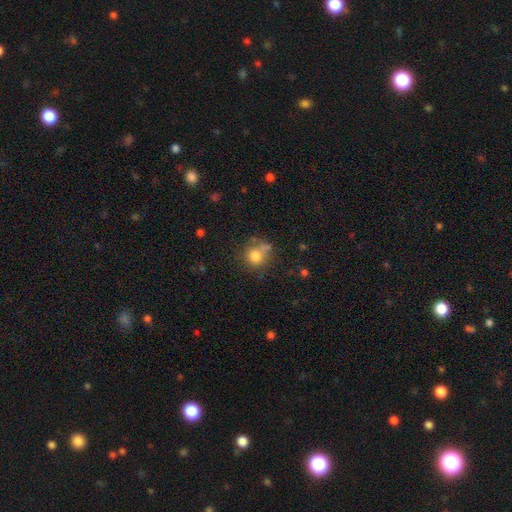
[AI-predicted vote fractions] Smooth or featured? Predicted: smooth (p=0.77). How rounded? Predicted: round (p=0.85). Merging? Predicted: none (p=0.58).